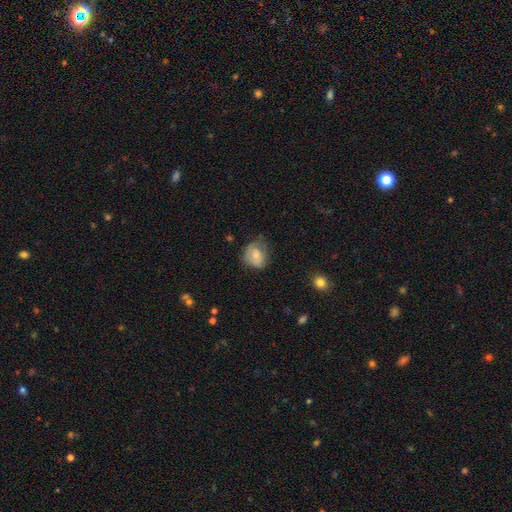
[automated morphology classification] type=smooth (64%); roundness=round (63%); merging=none (51%).